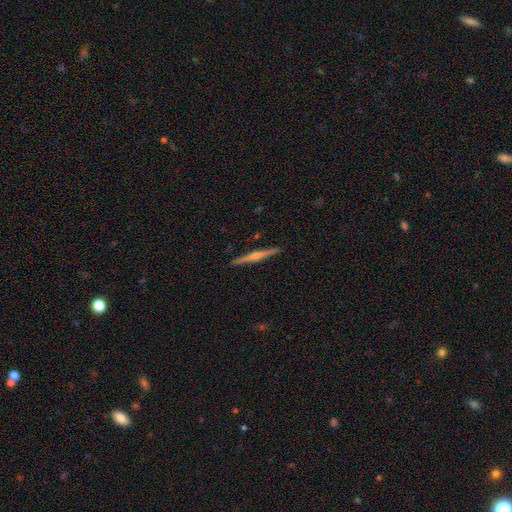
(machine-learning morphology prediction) type=featured or disk (72%); edge-on=yes (98%); edge-on bulge=rounded (79%); merging=none (92%).